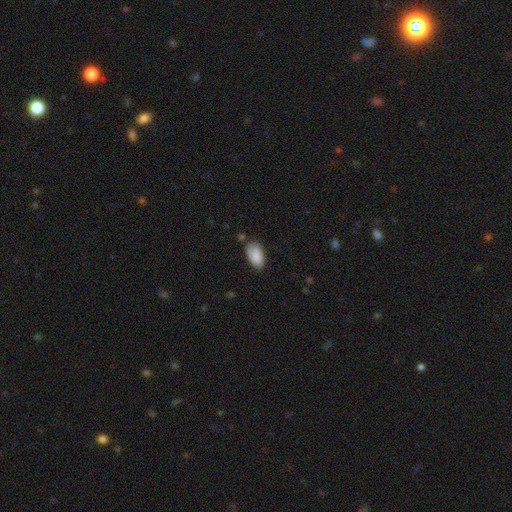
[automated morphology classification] This appears to be a smooth galaxy with no disk features (85%) that is in between round and cigar-shaped (94%). Merging: none (66%).